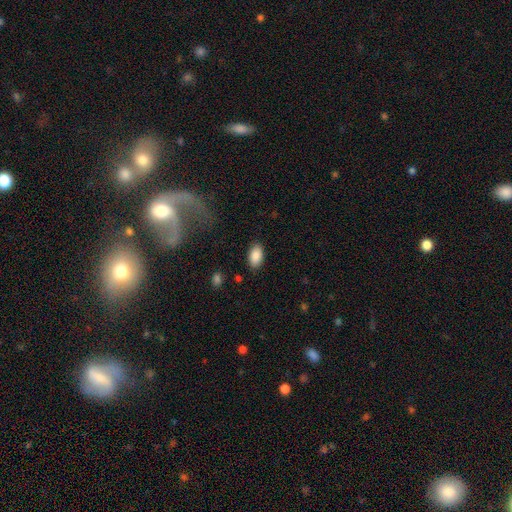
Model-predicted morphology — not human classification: Smooth or featured? smooth (89%)
How rounded? in between (94%)
Merging? none (87%)